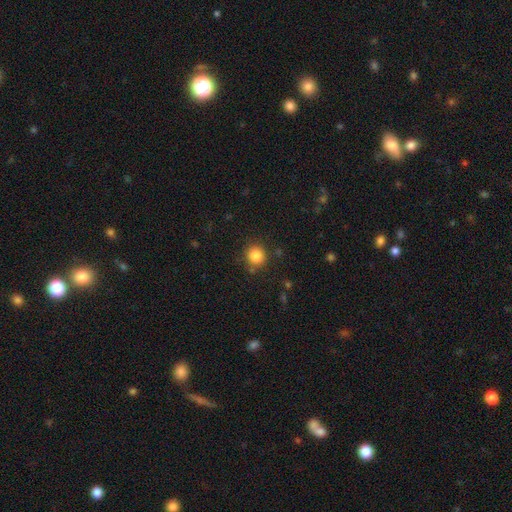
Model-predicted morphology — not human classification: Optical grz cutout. It shows a smooth galaxy with no disk features (85%) that is round (90%). Merging: none (85%).